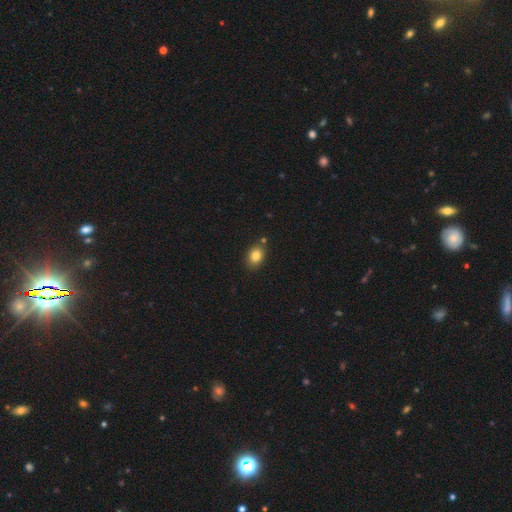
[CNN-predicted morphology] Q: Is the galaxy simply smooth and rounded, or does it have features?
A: smooth — 83%.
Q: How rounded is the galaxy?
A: in between — 70%.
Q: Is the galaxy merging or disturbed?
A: none — 80%.